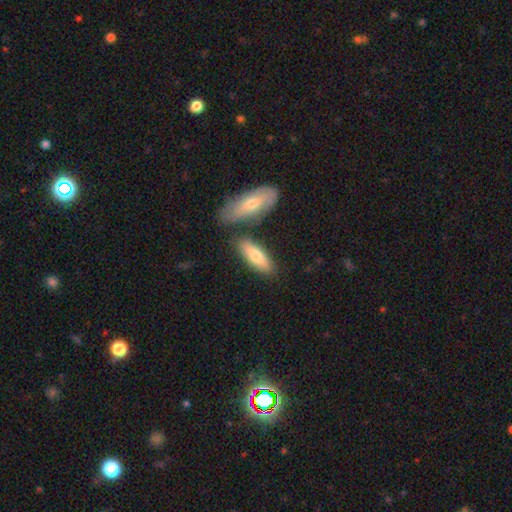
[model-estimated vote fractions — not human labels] smooth-or-featured: smooth: 70% | featured or disk: 25% | star or artifact: 6%
  how-rounded: in between: 56% | cigar-shaped: 42% | round: 2%
  merging: none: 72% | merger: 13% | minor disturbance: 12% | major disturbance: 3%